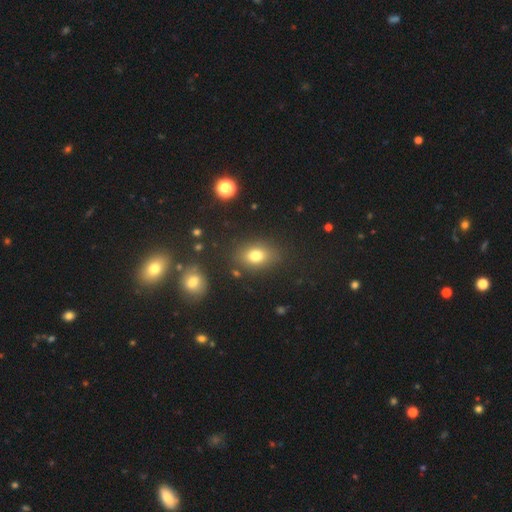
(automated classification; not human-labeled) A smooth galaxy with no disk features (76%) that is in between round and cigar-shaped (70%). Merging: none (82%).